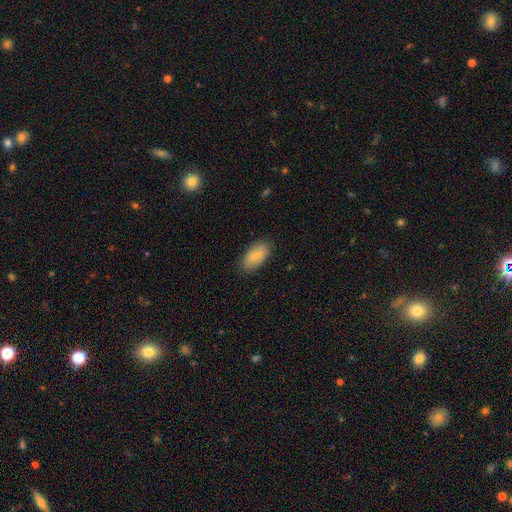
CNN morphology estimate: This appears to be a smooth galaxy with no disk features (72%) that is in between round and cigar-shaped (93%). Merging: none (83%).